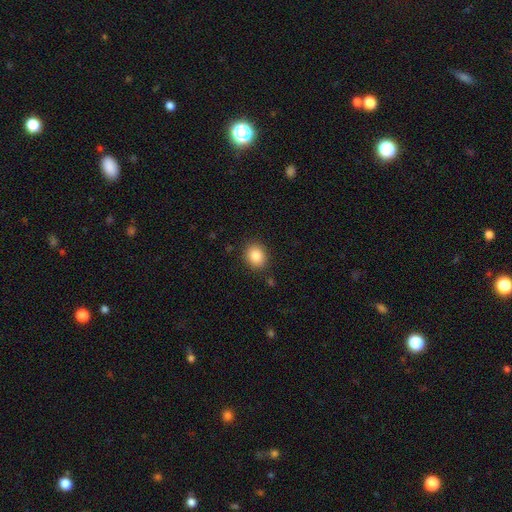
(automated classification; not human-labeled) This appears to be a smooth galaxy with no disk features (85%) that is round (62%). Merging: none (87%).